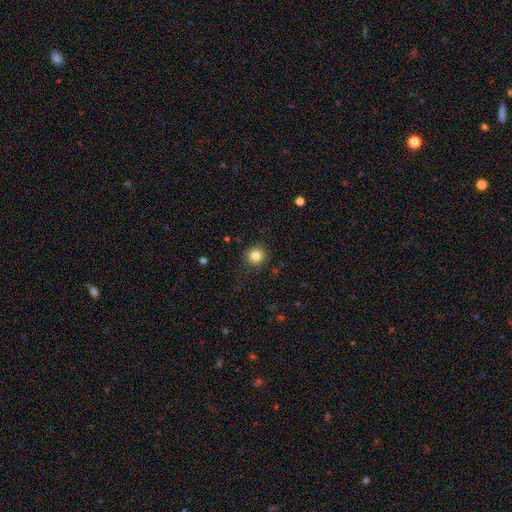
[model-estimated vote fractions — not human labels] Smooth or featured? smooth (82%)
How rounded? round (92%)
Merging? none (86%)